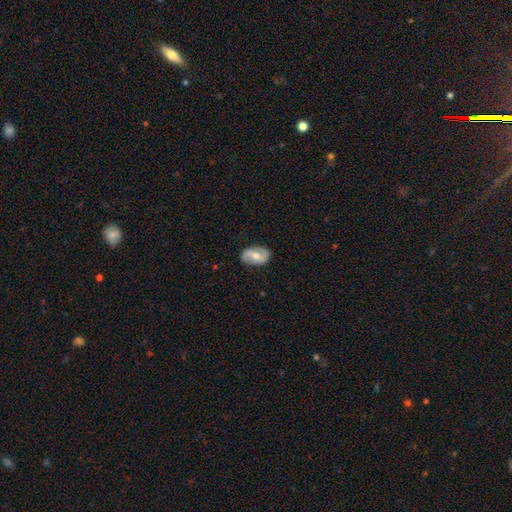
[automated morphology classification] This appears to be a featured or disk galaxy (62%) with no bar (48%), spiral arms (83%) and a moderate central bulge (70%). Merging: none (79%).